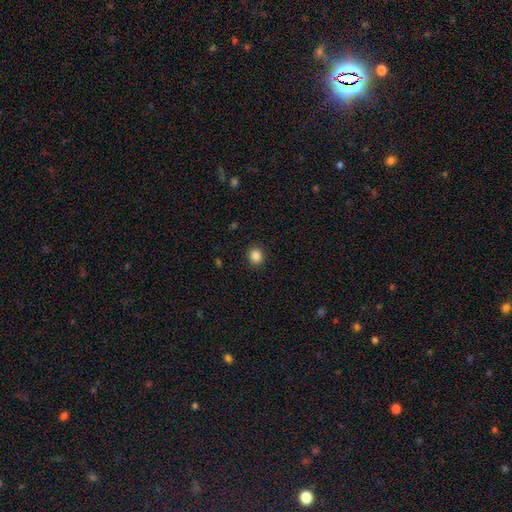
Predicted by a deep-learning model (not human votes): The model was most divided on "how rounded": round: 78%, in between: 21%, cigar-shaped: 1%. More confident: merging — none (91%); smooth or featured — smooth (86%).